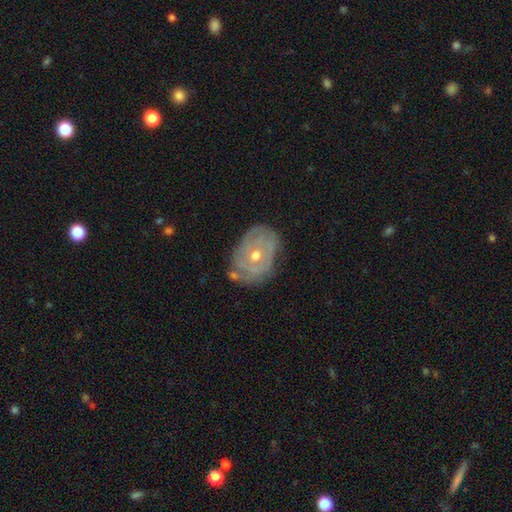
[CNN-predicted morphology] A featured or disk galaxy (78%) with no bar (75%), tight (72%) spiral arms (77%) and a moderate central bulge (64%). Merging: none (66%).